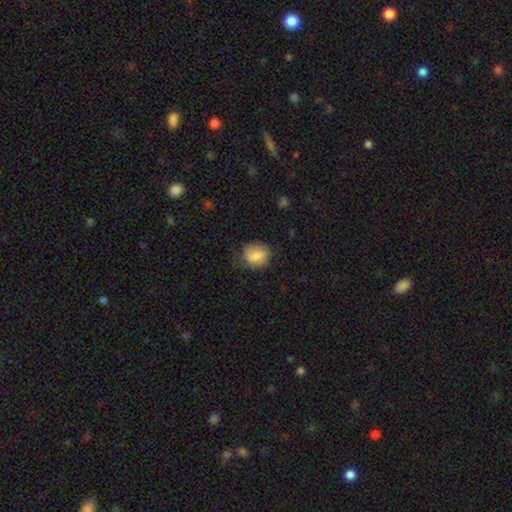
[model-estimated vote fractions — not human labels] Morphology: type=smooth (86%); roundness=round (76%); merging=none (73%).